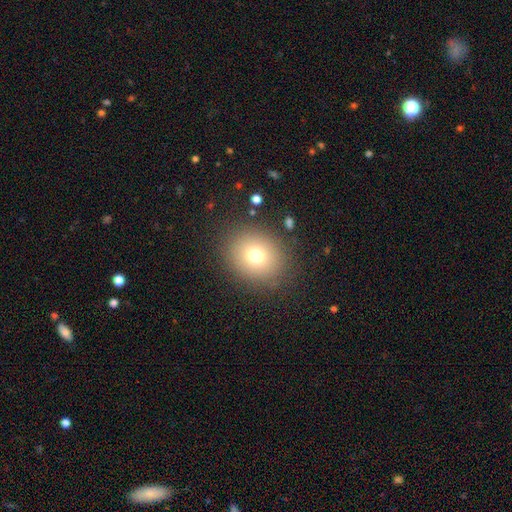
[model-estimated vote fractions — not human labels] smooth_or_featured: smooth (p=0.74) [alt: star or artifact p=0.14]
how_rounded: round (p=0.68) [alt: in between p=0.31]
merging: none (p=0.86) [alt: minor disturbance p=0.09]